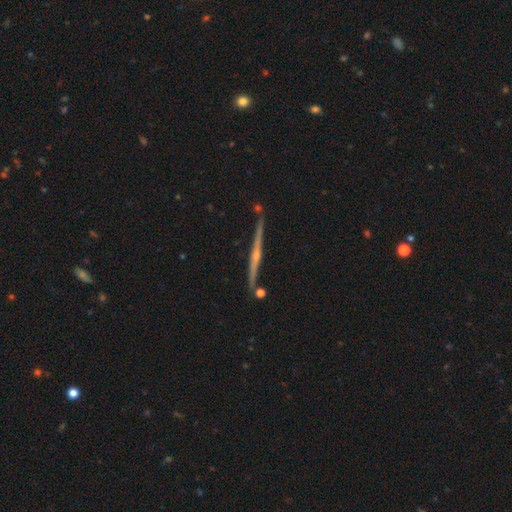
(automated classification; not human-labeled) Morphology: type=featured or disk (78%); edge-on=yes (98%); edge-on bulge=rounded (60%); merging=none (84%).